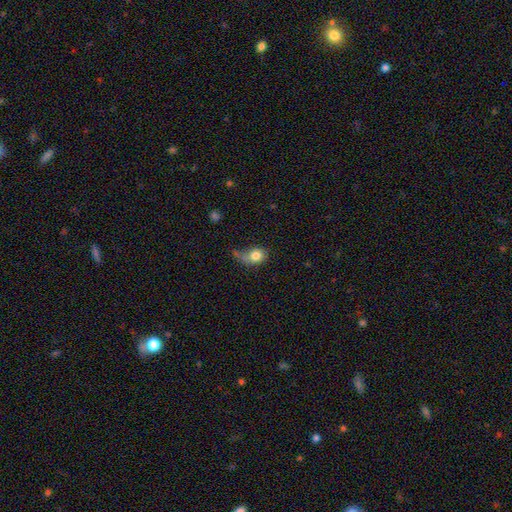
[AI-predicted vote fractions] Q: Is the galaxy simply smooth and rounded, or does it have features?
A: smooth — 80%.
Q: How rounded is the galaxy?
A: round — 54%.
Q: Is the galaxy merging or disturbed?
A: none — 36%.